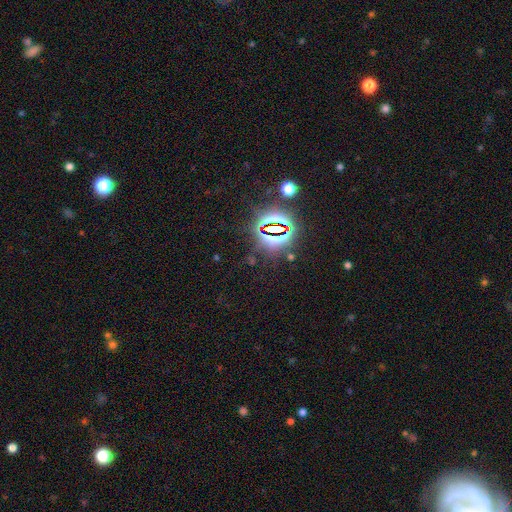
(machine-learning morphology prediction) Smooth or featured? star or artifact (81%)